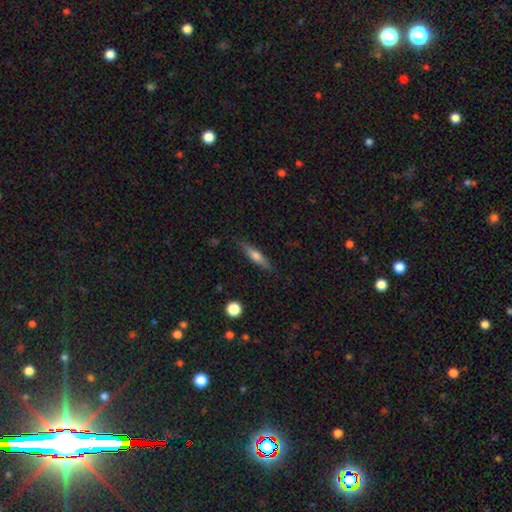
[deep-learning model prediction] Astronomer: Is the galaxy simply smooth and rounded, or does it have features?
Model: smooth — 56% (runner-up: featured or disk, 37%).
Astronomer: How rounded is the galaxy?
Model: cigar-shaped — 81%.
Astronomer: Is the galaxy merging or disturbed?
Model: none — 84%.